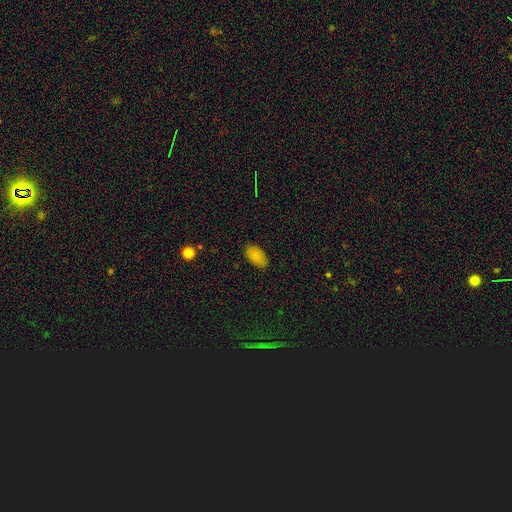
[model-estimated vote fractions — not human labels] Q: Smooth or featured?
A: smooth (84%); runner-up: star or artifact (10%)
Q: How rounded?
A: in between (94%); runner-up: round (5%)
Q: Merging?
A: none (85%); runner-up: minor disturbance (11%)